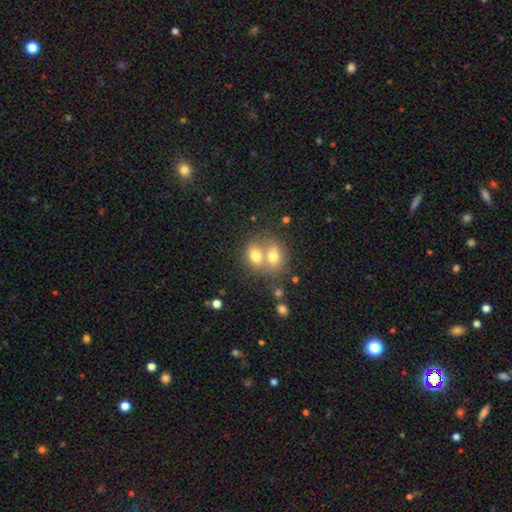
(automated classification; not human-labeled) Overall: smooth (71%). How rounded: in between (55%; round 44%). Merging: merger (65%).